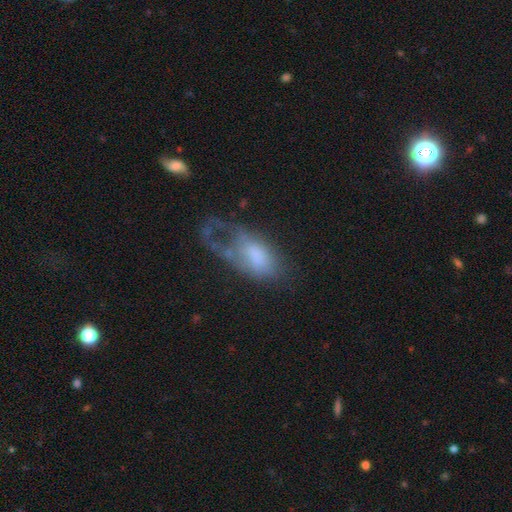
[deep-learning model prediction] smooth_or_featured: smooth (p=0.53) [alt: featured or disk p=0.37]
how_rounded: in between (p=0.89) [alt: cigar-shaped p=0.06]
merging: major disturbance (p=0.53) [alt: none p=0.21]